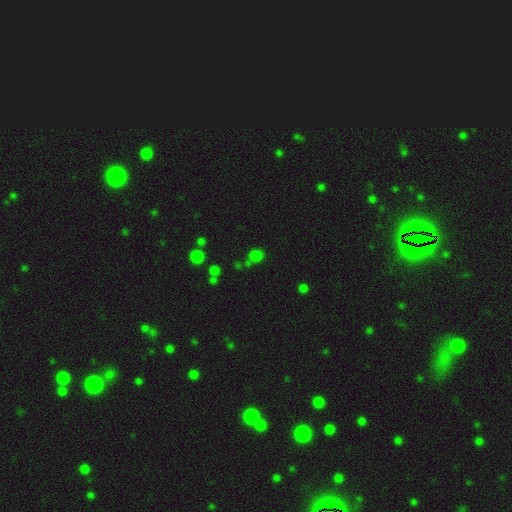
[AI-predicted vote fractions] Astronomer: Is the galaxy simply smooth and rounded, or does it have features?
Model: smooth — 65%.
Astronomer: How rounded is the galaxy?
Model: round — 73%.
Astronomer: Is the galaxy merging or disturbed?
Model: none — 65%.